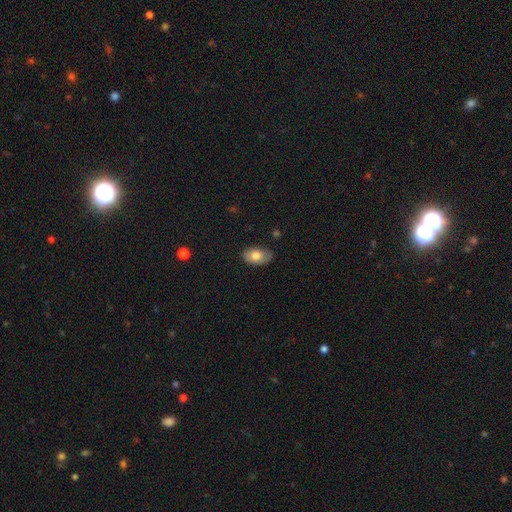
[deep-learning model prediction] smooth_or_featured: smooth (p=0.78) [alt: featured or disk p=0.15]
how_rounded: in between (p=0.91) [alt: round p=0.08]
merging: none (p=0.76) [alt: minor disturbance p=0.20]